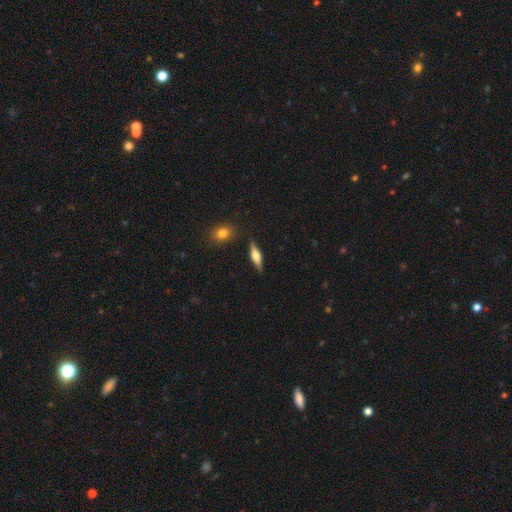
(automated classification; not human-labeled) Morphology: type=featured or disk (51%); edge-on=yes (94%); merging=none (86%).